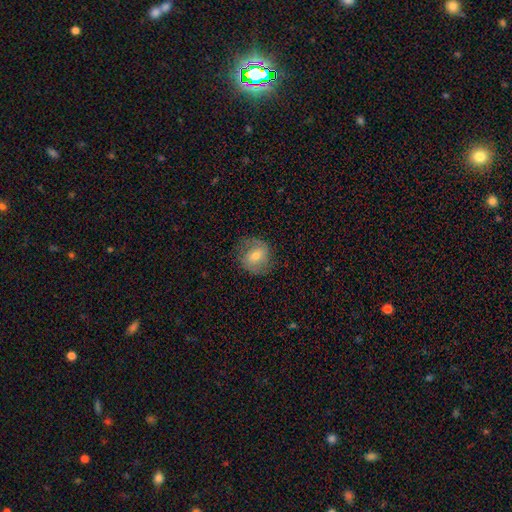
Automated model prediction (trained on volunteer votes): Smooth or featured?
  - smooth: 48% *
  - featured or disk: 44%
  - star or artifact: 8%
Merging?
  - none: 74% *
  - minor disturbance: 17%
  - major disturbance: 7%
  - merger: 1%